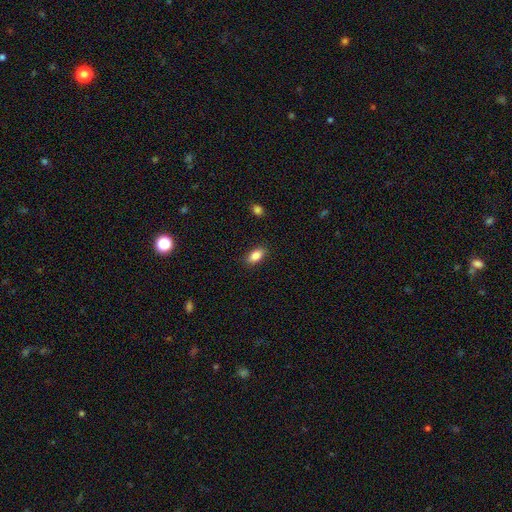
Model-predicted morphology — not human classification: This appears to be a smooth galaxy with no disk features (86%) that is in between round and cigar-shaped (89%). Merging: none (87%).